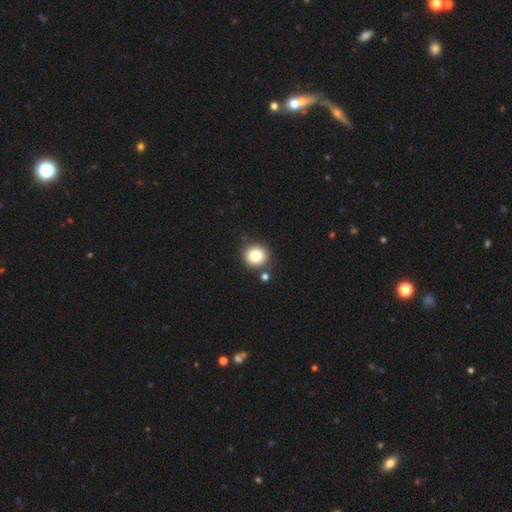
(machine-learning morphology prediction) This is clearly a smooth galaxy (82%). How rounded: clearly round (92%). Merging: clearly none (82%).